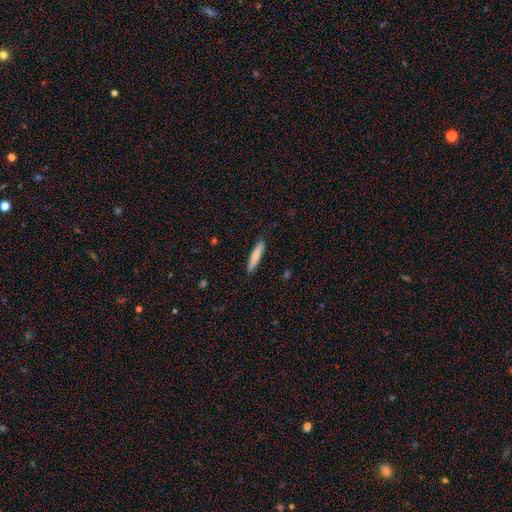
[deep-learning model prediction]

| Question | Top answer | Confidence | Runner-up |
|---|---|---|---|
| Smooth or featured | smooth | 74% | featured or disk (21%) |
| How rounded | cigar-shaped | 91% | in between (8%) |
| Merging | none | 89% | minor disturbance (8%) |